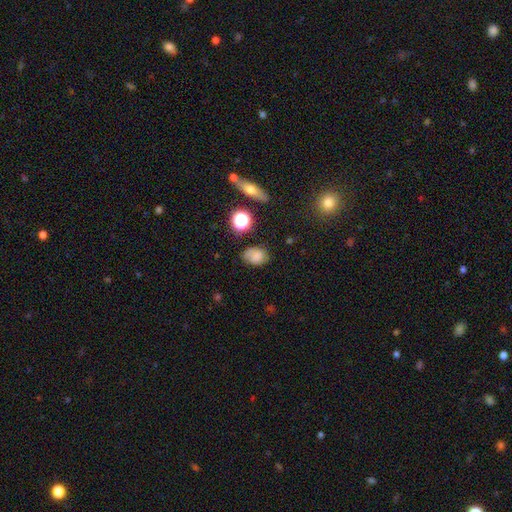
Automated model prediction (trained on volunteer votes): smooth_or_featured: smooth (p=0.67) [alt: featured or disk p=0.19]
how_rounded: in between (p=0.70) [alt: round p=0.28]
merging: none (p=0.63) [alt: minor disturbance p=0.25]